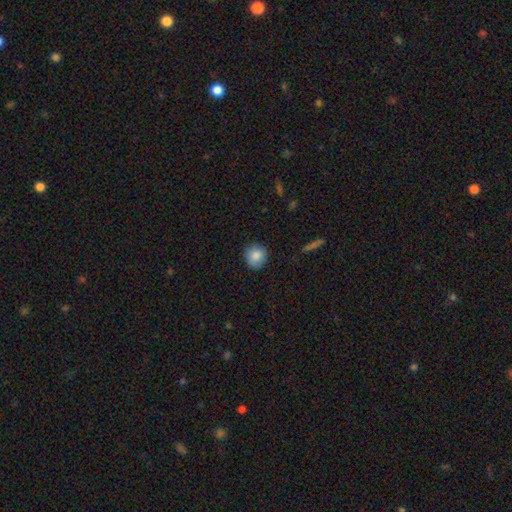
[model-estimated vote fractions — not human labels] This is clearly a smooth galaxy (86%). How rounded: clearly round (88%). Merging: clearly none (85%).